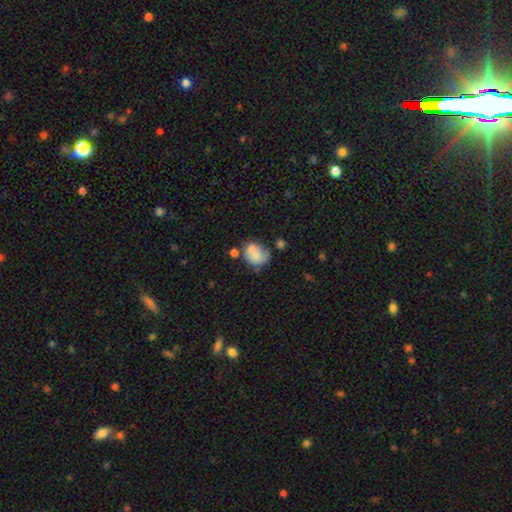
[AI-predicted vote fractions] This is likely a smooth galaxy (68%). How rounded: possibly round (53%). Merging: marginally none (38%).